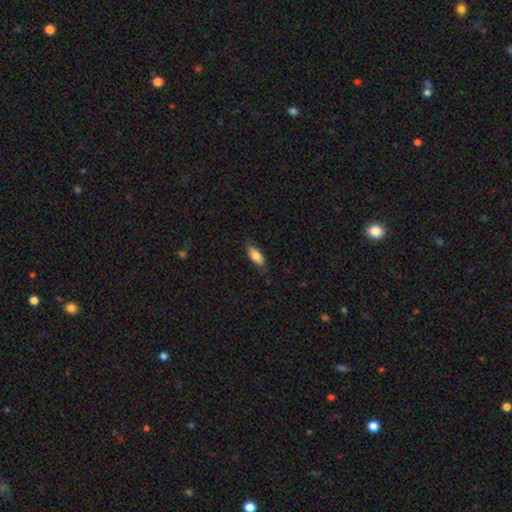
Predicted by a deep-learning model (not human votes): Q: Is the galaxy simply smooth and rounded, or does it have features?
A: smooth — 79%.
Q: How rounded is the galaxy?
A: in between — 82%.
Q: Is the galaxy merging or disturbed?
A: none — 73%.